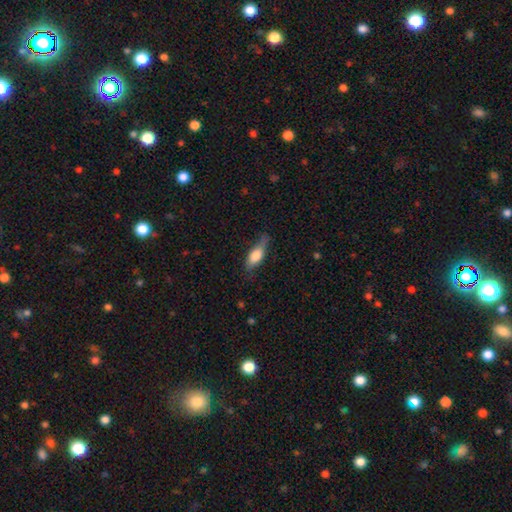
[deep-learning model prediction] smooth 66%, featured or disk 27%, star or artifact 6%. Down the decision tree: how rounded — in between (64%); merging — none (58%).